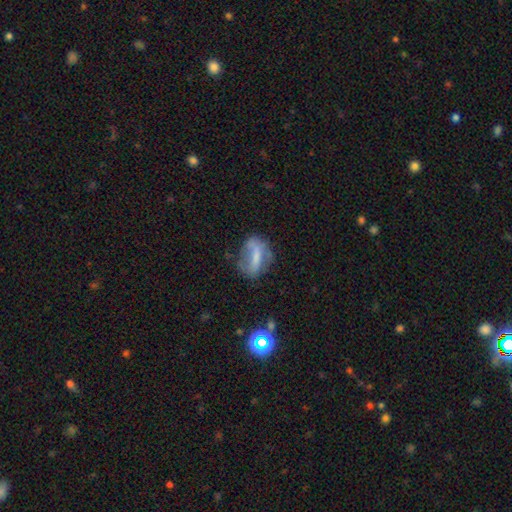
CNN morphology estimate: Smooth or featured?
  - smooth: 45% *
  - featured or disk: 44%
  - star or artifact: 11%
Merging?
  - none: 47% *
  - minor disturbance: 27%
  - major disturbance: 22%
  - merger: 4%